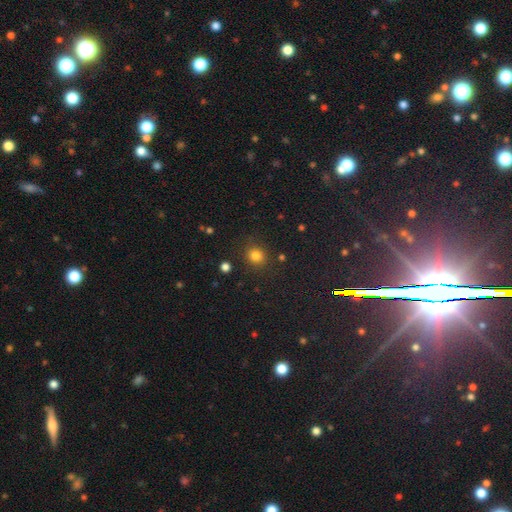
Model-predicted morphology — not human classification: Smooth or featured: smooth — 81% (star or artifact — 14%)
How rounded: round — 84% (in between — 15%)
Merging: none — 86% (minor disturbance — 8%)